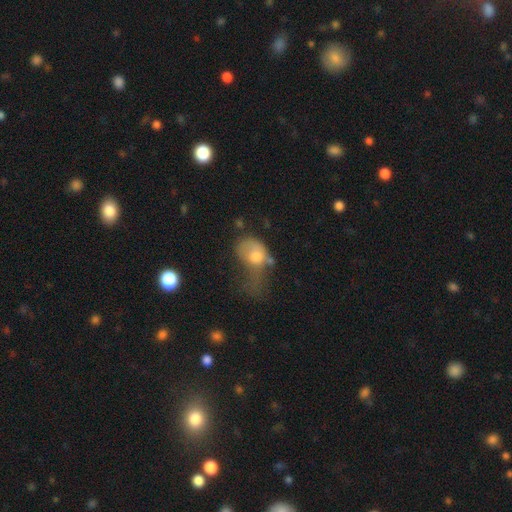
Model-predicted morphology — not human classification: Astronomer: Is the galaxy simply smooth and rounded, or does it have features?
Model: smooth — 65%.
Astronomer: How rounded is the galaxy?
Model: in between — 66%.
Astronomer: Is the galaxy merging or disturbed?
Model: major disturbance — 60%.